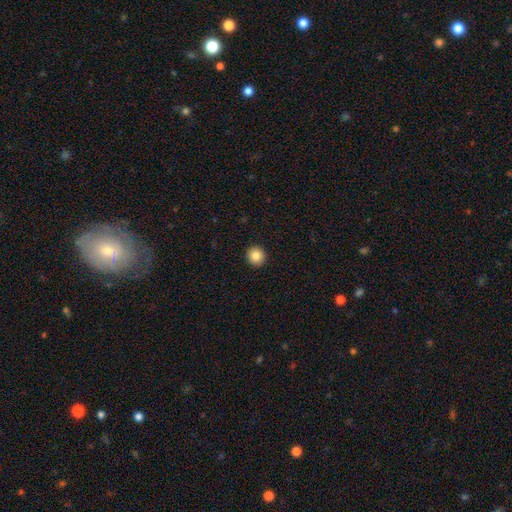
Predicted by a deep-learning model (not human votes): The model was most divided on "smooth or featured": smooth: 85%, star or artifact: 9%, featured or disk: 6%. More confident: how rounded — round (94%); merging — none (93%).